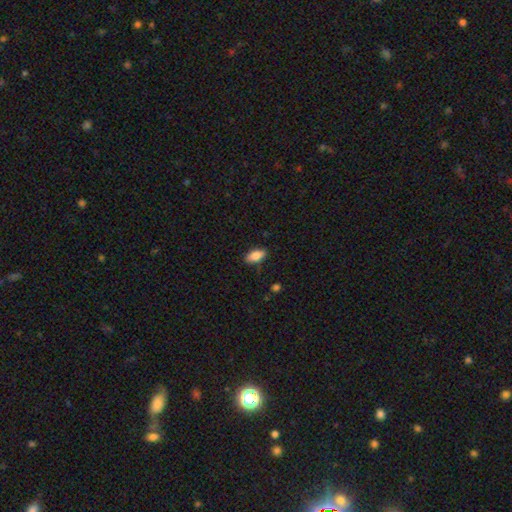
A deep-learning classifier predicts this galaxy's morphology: Smooth or featured: smooth — 84% (featured or disk — 9%)
How rounded: in between — 89% (cigar-shaped — 8%)
Merging: none — 85% (minor disturbance — 11%)